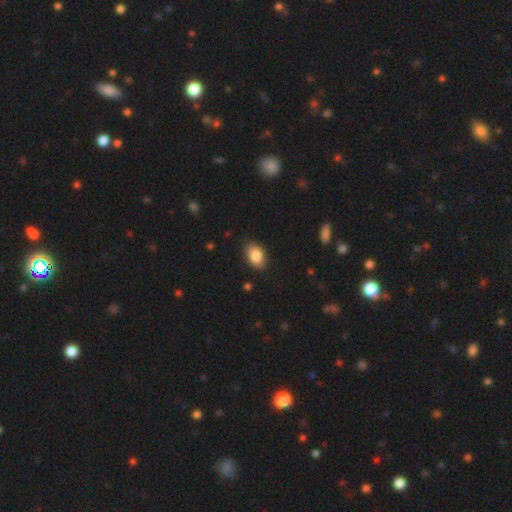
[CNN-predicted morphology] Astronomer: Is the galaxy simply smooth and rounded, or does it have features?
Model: smooth — 86%.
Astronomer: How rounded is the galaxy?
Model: in between — 88%.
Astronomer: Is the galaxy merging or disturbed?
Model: none — 84%.